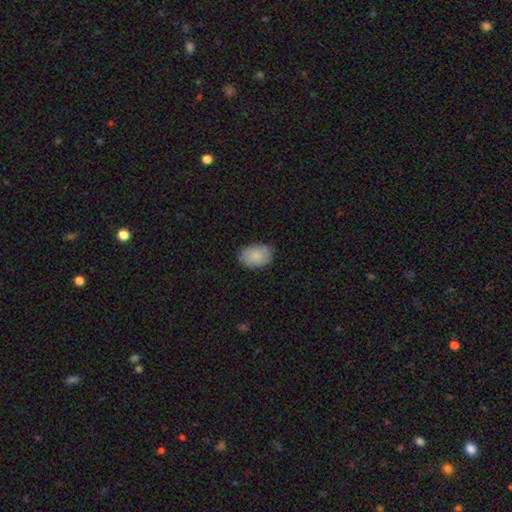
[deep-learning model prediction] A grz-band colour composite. It shows a smooth galaxy with no disk features (83%) that is in between round and cigar-shaped (85%). Merging: none (82%).